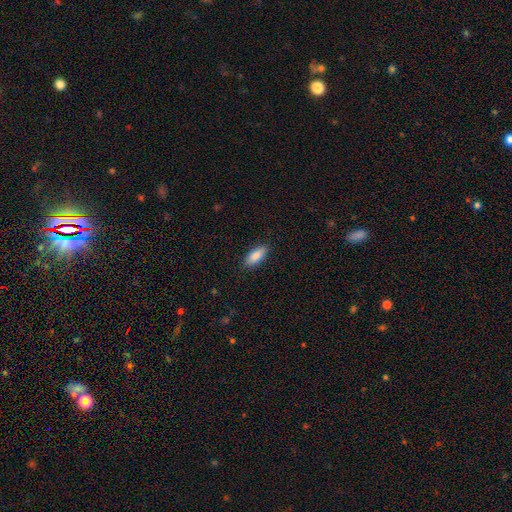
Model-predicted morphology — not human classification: Smooth or featured: smooth — 86% (featured or disk — 8%)
How rounded: in between — 80% (cigar-shaped — 18%)
Merging: none — 88% (minor disturbance — 9%)